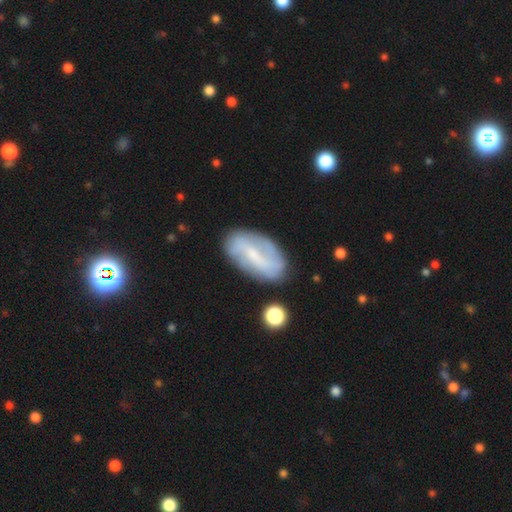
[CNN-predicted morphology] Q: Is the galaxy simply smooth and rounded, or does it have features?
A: featured or disk — 63%.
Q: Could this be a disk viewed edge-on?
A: no — 93%.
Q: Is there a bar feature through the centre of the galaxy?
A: strong — 41%, tied with weak.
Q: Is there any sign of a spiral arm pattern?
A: yes — 74%.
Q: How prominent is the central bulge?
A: small — 58%.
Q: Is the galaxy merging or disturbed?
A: none — 78%.